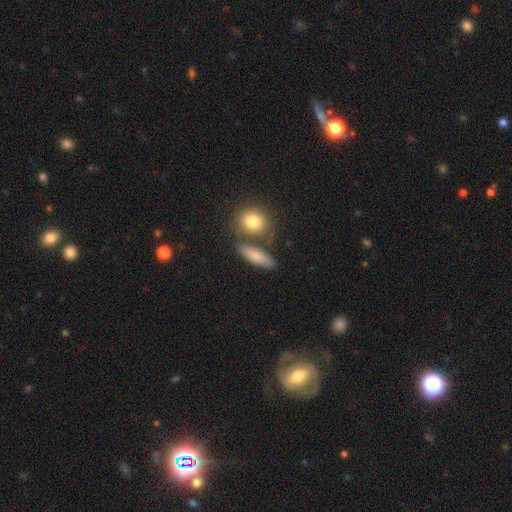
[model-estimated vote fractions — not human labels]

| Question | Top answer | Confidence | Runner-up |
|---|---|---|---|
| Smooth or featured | smooth | 79% | featured or disk (13%) |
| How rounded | in between | 55% | cigar-shaped (33%) |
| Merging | none | 69% | merger (15%) |